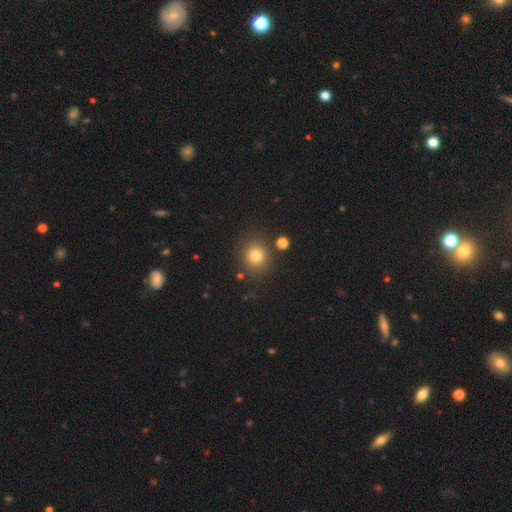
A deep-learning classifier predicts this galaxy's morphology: Smooth or featured: smooth — 80% (star or artifact — 13%)
How rounded: round — 88% (in between — 11%)
Merging: none — 84% (minor disturbance — 8%)